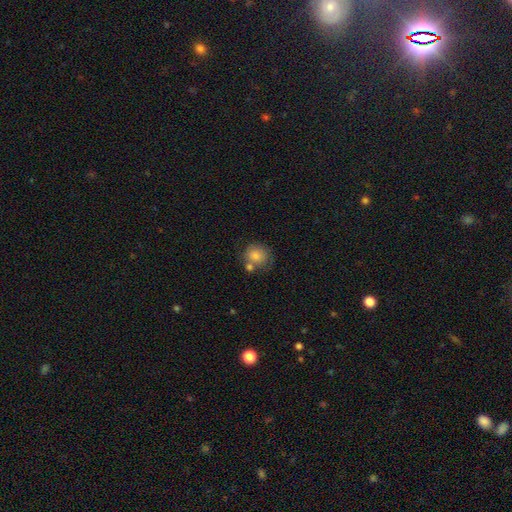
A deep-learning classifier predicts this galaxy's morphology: This appears to be a smooth galaxy with no disk features (82%) that is round (81%). Merging: none (57%).